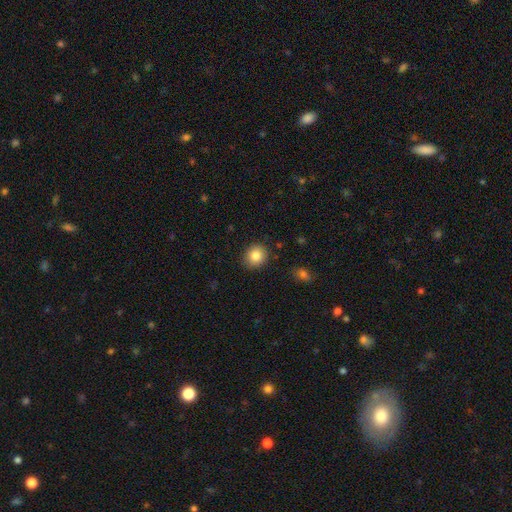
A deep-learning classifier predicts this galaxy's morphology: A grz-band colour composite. It shows a smooth galaxy with no disk features (84%) that is round (81%). Merging: none (89%).